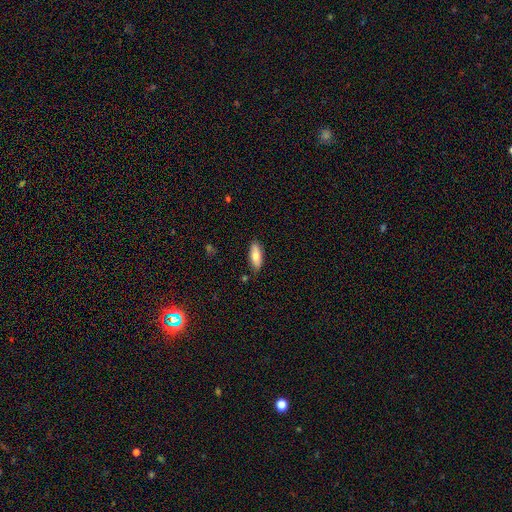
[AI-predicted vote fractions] Smooth or featured? Predicted: smooth (p=0.76). How rounded? Predicted: in between (p=0.68). Merging? Predicted: none (p=0.83).